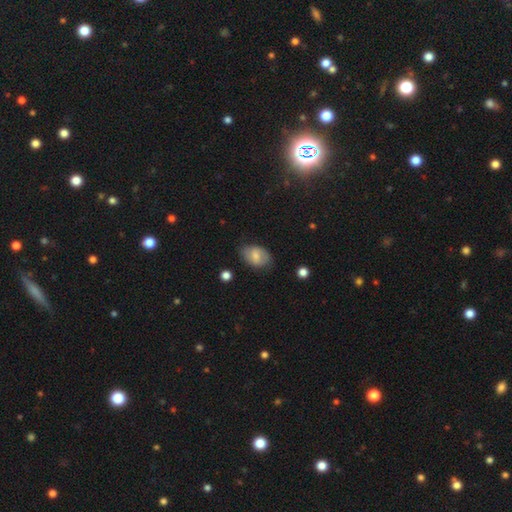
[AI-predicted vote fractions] Smooth or featured? smooth (68%)
How rounded? in between (85%)
Merging? none (71%)